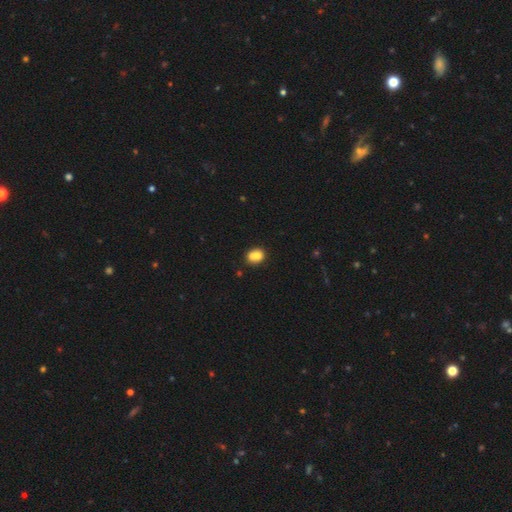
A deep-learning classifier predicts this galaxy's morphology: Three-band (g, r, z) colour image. It shows a smooth galaxy with no disk features (76%) that is round (50%). Merging: none (43%).